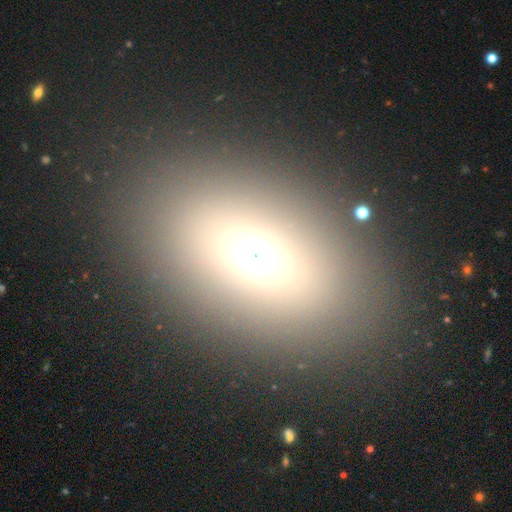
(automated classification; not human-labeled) Smooth or featured? smooth (65%)
How rounded? in between (79%)
Merging? none (86%)